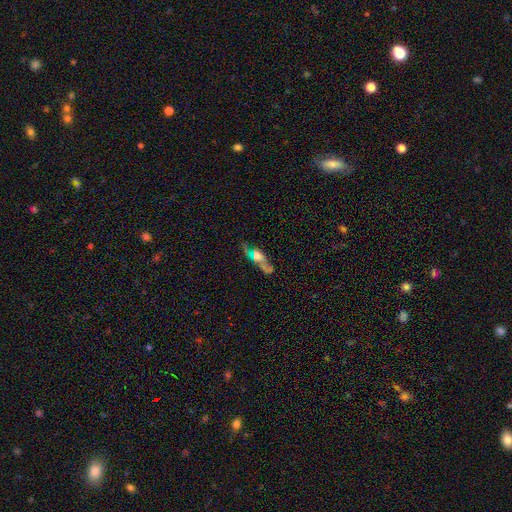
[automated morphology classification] Smooth or featured?
  - featured or disk: 50% *
  - smooth: 38%
  - star or artifact: 12%
Merging?
  - none: 47% *
  - minor disturbance: 23%
  - major disturbance: 20%
  - merger: 11%